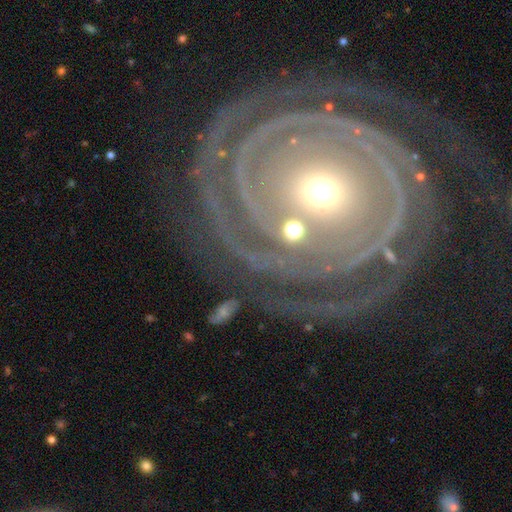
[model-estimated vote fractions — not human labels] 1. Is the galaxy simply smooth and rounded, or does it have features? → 88% featured or disk, 6% smooth, 6% star or artifact.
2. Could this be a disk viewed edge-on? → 97% no, 3% yes.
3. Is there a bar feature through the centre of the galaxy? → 81% no, 11% weak, 9% strong.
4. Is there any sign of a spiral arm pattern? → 94% yes, 6% no.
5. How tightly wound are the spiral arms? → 85% tight, 11% medium, 3% loose.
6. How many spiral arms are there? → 37% 2, 19% can't tell, 16% 3, 10% 4, 10% more than 4, 8% 1.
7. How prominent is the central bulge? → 54% moderate, 38% small, 5% large, 2% dominant, 1% none.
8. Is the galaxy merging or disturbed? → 74% none, 14% minor disturbance, 8% major disturbance, 3% merger.